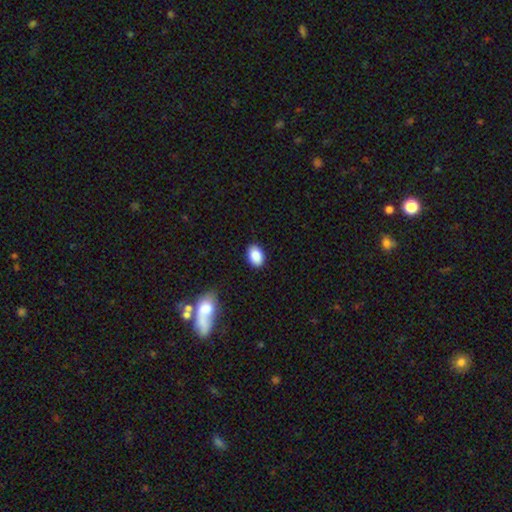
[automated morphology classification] A smooth galaxy with no disk features (88%) that is in between round and cigar-shaped (83%). Merging: none (87%).